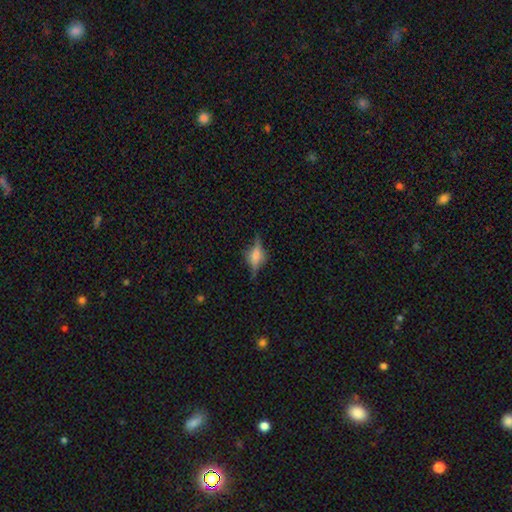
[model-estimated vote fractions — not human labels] The model was most divided on "smooth or featured": featured or disk: 64%, smooth: 24%, star or artifact: 12%. More confident: edge-on disk — yes (93%); edge-on bulge — rounded (83%); merging — none (75%).